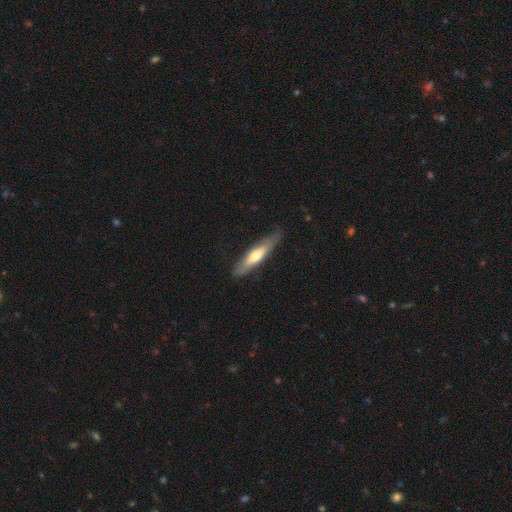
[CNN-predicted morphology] A smooth galaxy with no disk features (52%) that is cigar-shaped (81%).

Vote fractions:
- Smooth or featured? smooth: 52% / featured or disk: 43% / star or artifact: 5%
- How rounded? cigar-shaped: 81% / in between: 18% / round: 1%
- Merging? none: 80% / minor disturbance: 15% / major disturbance: 3% / merger: 1%